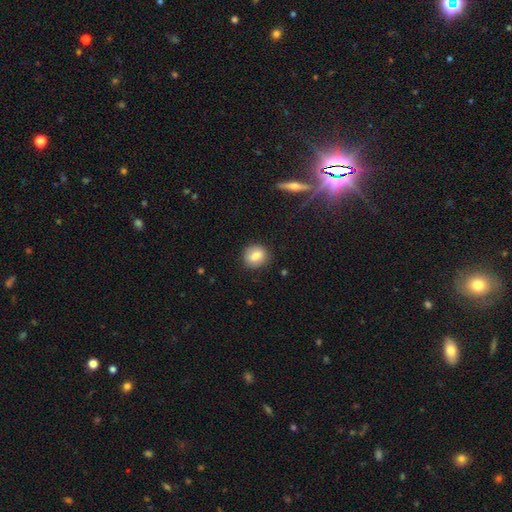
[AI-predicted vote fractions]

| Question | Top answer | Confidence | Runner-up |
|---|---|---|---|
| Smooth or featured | smooth | 81% | featured or disk (11%) |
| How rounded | round | 70% | in between (29%) |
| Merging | none | 84% | minor disturbance (11%) |